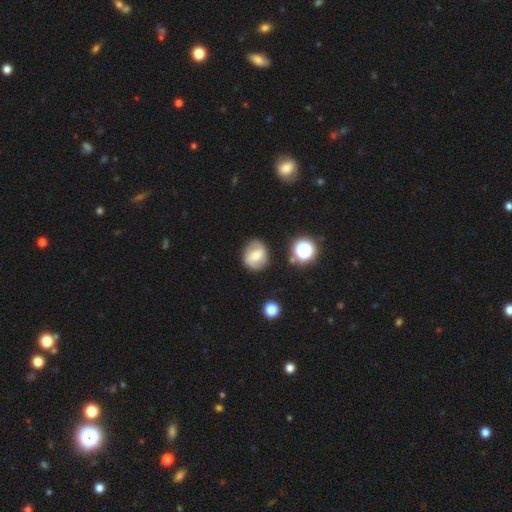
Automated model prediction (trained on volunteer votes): This is possibly a featured or disk galaxy (50%). It is clearly not viewed edge-on (96%). Merging: likely none (79%).